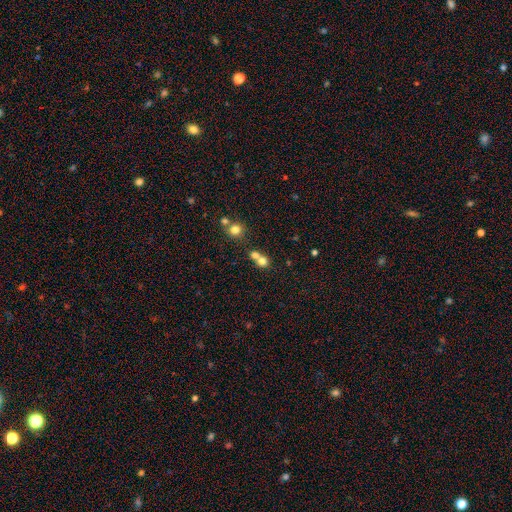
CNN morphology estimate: smooth 73%, star or artifact 15%, featured or disk 12%. Down the decision tree: how rounded — round (82%); merging — merger (48%).